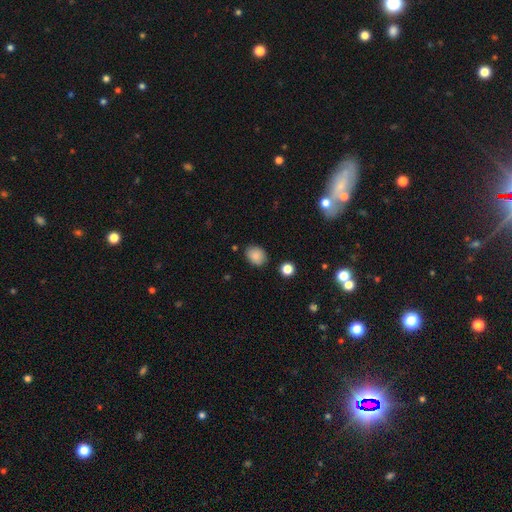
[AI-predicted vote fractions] Smooth or featured? Predicted: smooth (p=0.87). How rounded? Predicted: in between (p=0.58). Merging? Predicted: none (p=0.83).